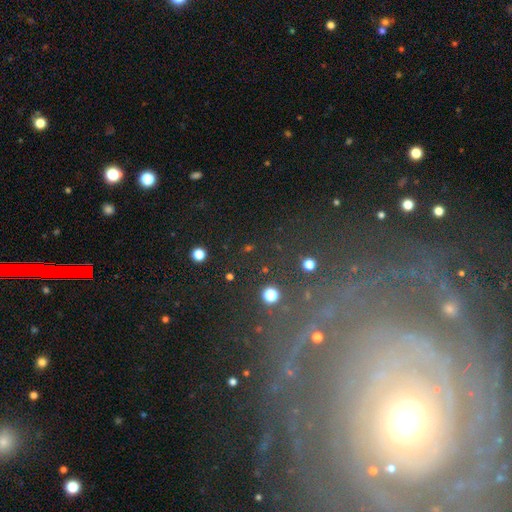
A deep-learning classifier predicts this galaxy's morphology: smooth-or-featured: featured or disk: 65% | star or artifact: 19% | smooth: 16%
  disk-edge-on: no: 91% | yes: 9%
    bar: no: 73% | weak: 16% | strong: 11%
    has-spiral-arms: yes: 66% | no: 34%
    bulge-size: moderate: 50% | small: 37% | large: 8% | dominant: 3% | none: 3%
  merging: none: 75% | minor disturbance: 12% | major disturbance: 10% | merger: 3%